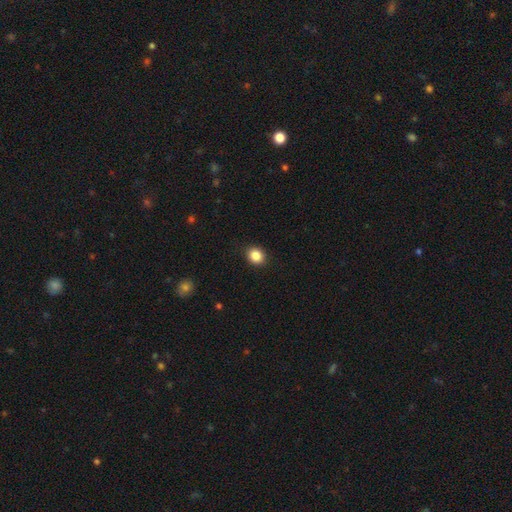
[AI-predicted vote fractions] Smooth or featured? smooth (86%)
How rounded? round (72%)
Merging? none (90%)